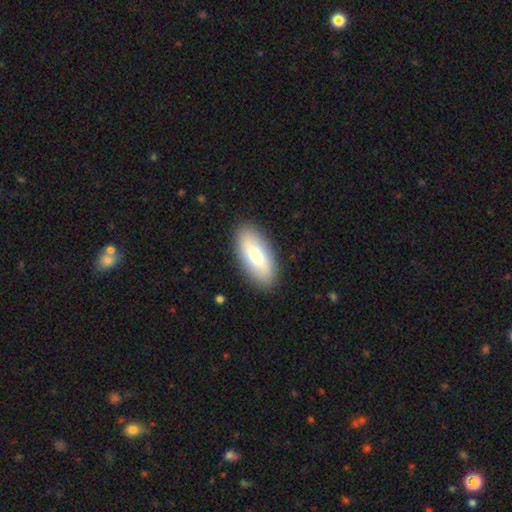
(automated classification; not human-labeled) Smooth or featured: smooth — 74% (featured or disk — 20%)
How rounded: in between — 87% (cigar-shaped — 10%)
Merging: none — 88% (minor disturbance — 8%)